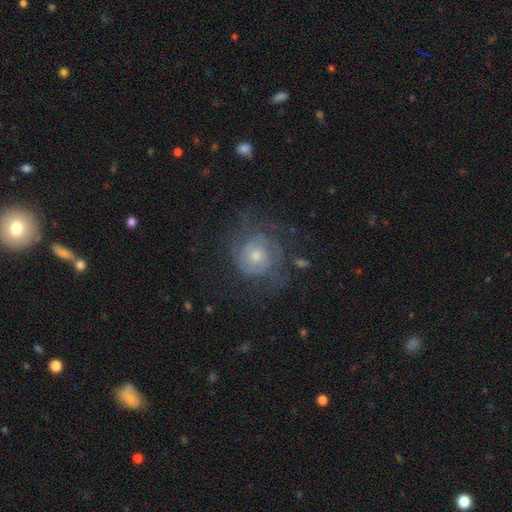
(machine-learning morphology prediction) Smooth or featured? Predicted: featured or disk (p=0.69). Edge-on disk? Predicted: no (p=0.97). Bar? Predicted: no (p=0.76). Spiral arms? Predicted: yes (p=0.82). Spiral winding? Predicted: tight (p=0.54). Spiral arm count? Predicted: can't tell (p=0.44). Bulge size? Predicted: moderate (p=0.52). Merging? Predicted: none (p=0.58).